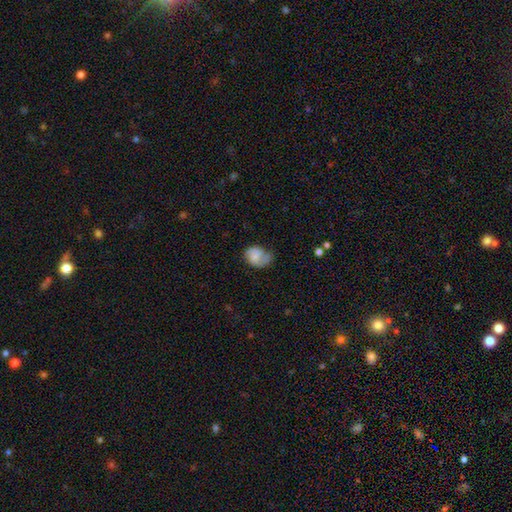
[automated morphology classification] Smooth or featured? Predicted: smooth (p=0.49). Merging? Predicted: none (p=0.42).